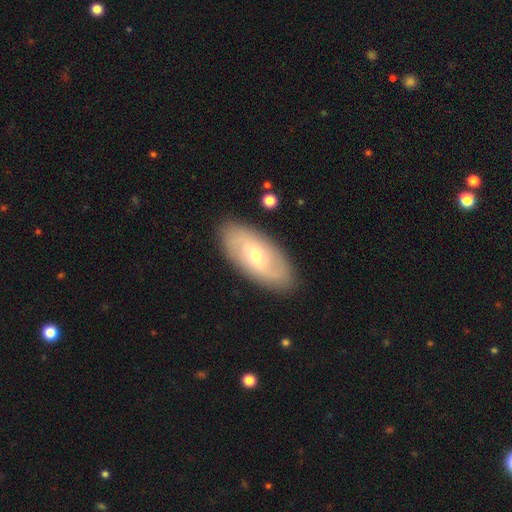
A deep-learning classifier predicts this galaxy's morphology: Smooth or featured?
  - featured or disk: 62% *
  - smooth: 31%
  - star or artifact: 7%
Edge-on disk?
  - no: 90% *
  - yes: 10%
Bar?
  - no: 47% *
  - weak: 43%
  - strong: 10%
Spiral arms?
  - yes: 76% *
  - no: 24%
Bulge size?
  - small: 63% *
  - moderate: 33%
  - large: 2%
  - none: 1%
  - dominant: 1%
Merging?
  - none: 87% *
  - minor disturbance: 9%
  - major disturbance: 2%
  - merger: 1%